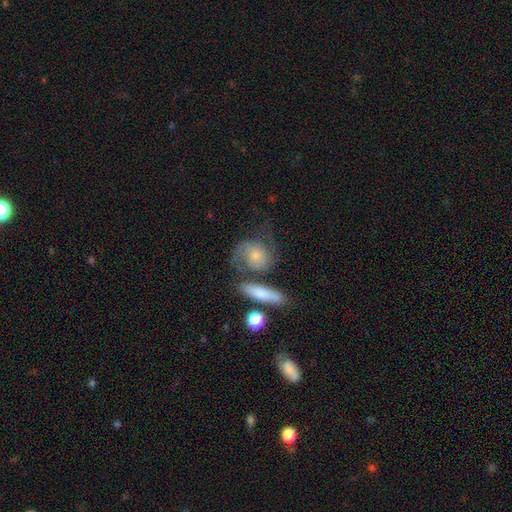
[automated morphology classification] smooth_or_featured: featured or disk (p=0.54) [alt: smooth p=0.39]
disk_edge_on: no (p=0.92) [alt: yes p=0.08]
merging: none (p=0.46) [alt: minor disturbance p=0.21]